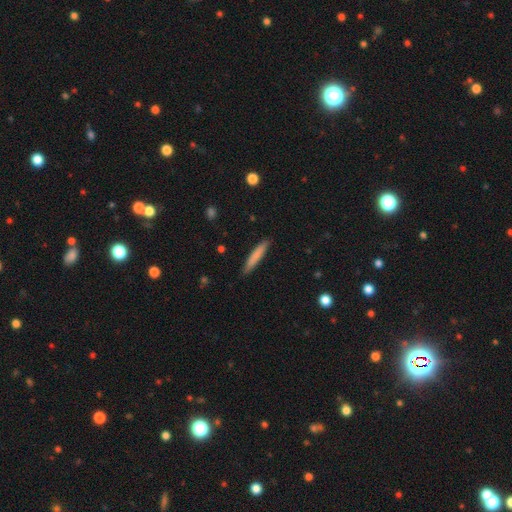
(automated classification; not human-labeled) This is likely a smooth galaxy (78%). How rounded: clearly cigar-shaped (93%). Merging: clearly none (87%).